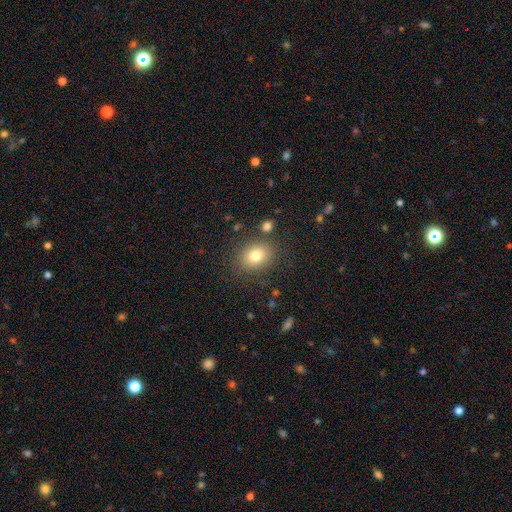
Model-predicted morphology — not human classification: The model was most divided on "how rounded": in between: 53%, round: 46%, cigar-shaped: 1%. More confident: merging — none (81%); smooth or featured — smooth (79%).